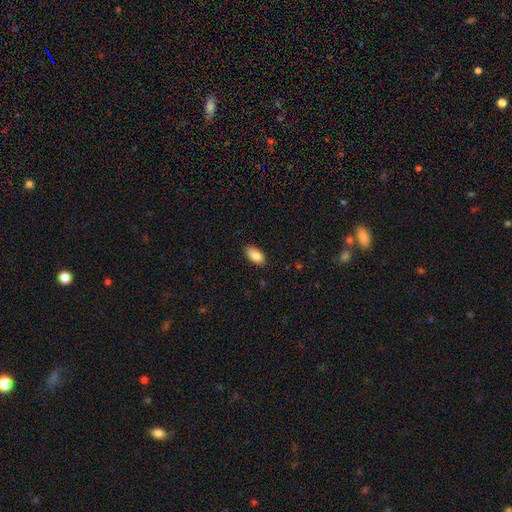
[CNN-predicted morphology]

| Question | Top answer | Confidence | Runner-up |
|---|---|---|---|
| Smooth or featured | smooth | 87% | star or artifact (7%) |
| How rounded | in between | 93% | cigar-shaped (5%) |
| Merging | none | 88% | minor disturbance (9%) |